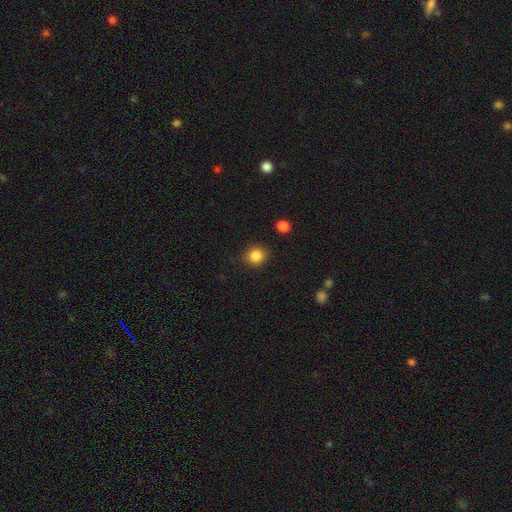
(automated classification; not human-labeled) This appears to be a smooth galaxy with no disk features (86%) that is round (84%). Merging: none (86%).